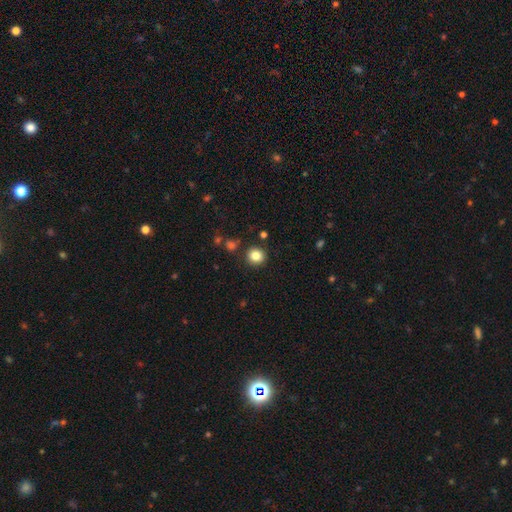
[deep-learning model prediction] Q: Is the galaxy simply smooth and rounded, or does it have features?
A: smooth — 84%.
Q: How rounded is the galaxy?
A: round — 91%.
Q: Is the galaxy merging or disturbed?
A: none — 88%.